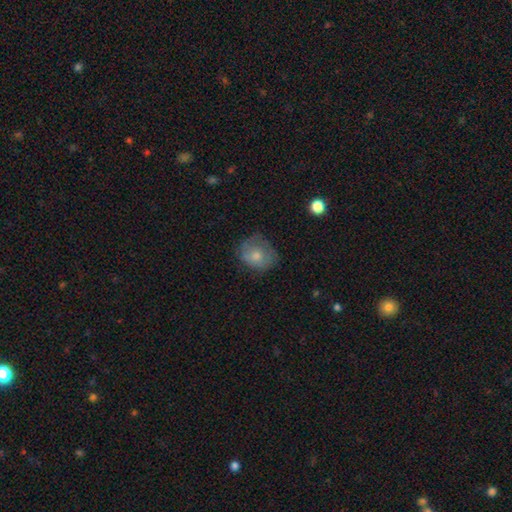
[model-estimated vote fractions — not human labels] Smooth or featured? Predicted: smooth (p=0.66). How rounded? Predicted: round (p=0.66). Merging? Predicted: none (p=0.56).